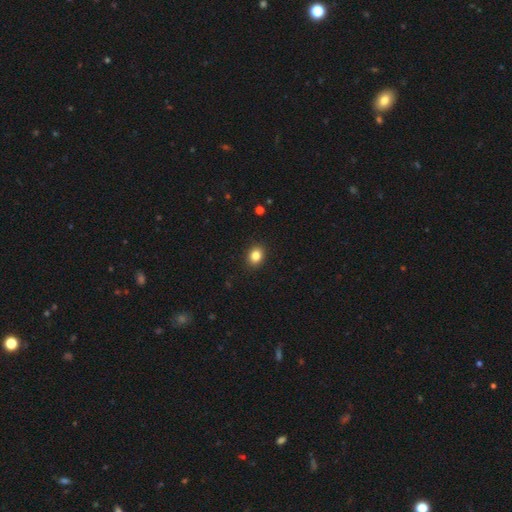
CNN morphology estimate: Q: Smooth or featured?
A: smooth (84%); runner-up: star or artifact (10%)
Q: How rounded?
A: in between (52%); runner-up: round (47%)
Q: Merging?
A: none (90%); runner-up: minor disturbance (7%)